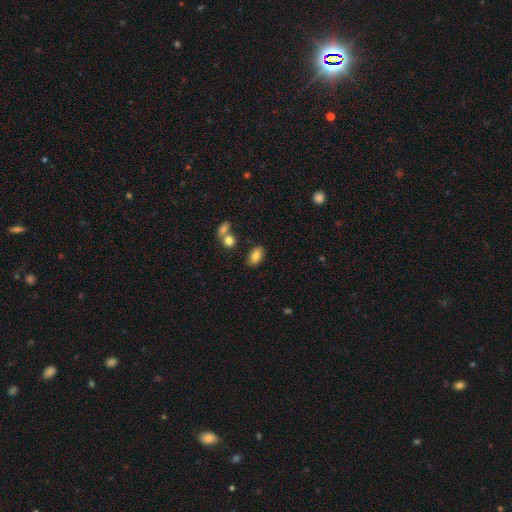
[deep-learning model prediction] Morphology: type=smooth (81%); roundness=in between (89%); merging=none (80%).